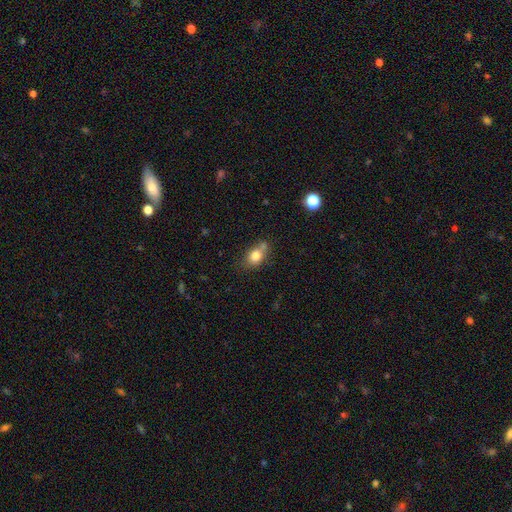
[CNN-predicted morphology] smooth-or-featured: smooth: 79% | featured or disk: 11% | star or artifact: 10%
  how-rounded: in between: 69% | round: 28% | cigar-shaped: 3%
  merging: none: 52% | minor disturbance: 22% | merger: 19% | major disturbance: 7%